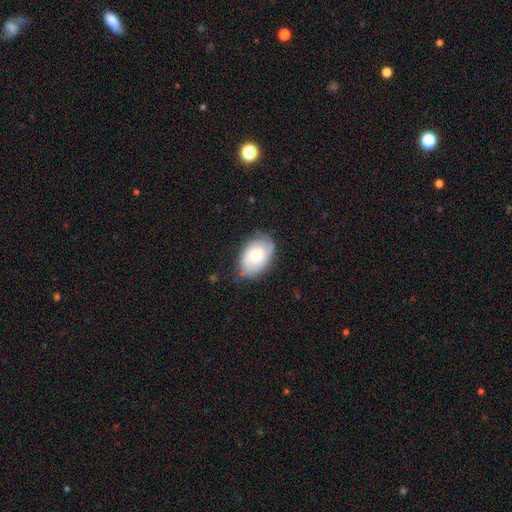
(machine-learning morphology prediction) This appears to be a smooth galaxy with no disk features (49%). Merging: none (69%).